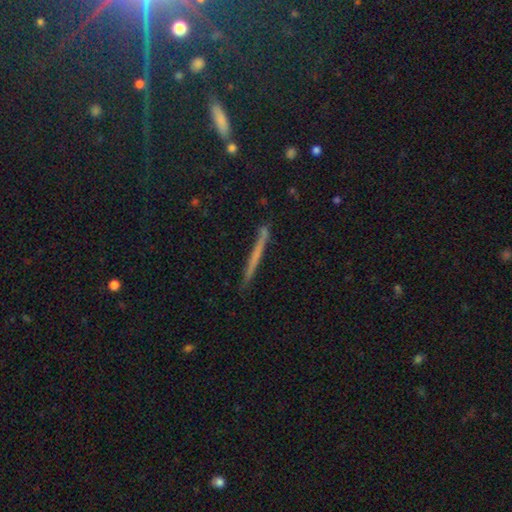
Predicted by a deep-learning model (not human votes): Smooth or featured?
  - smooth: 52% *
  - featured or disk: 39%
  - star or artifact: 9%
How rounded?
  - cigar-shaped: 96% *
  - in between: 2%
  - round: 2%
Merging?
  - none: 86% *
  - minor disturbance: 10%
  - merger: 2%
  - major disturbance: 2%